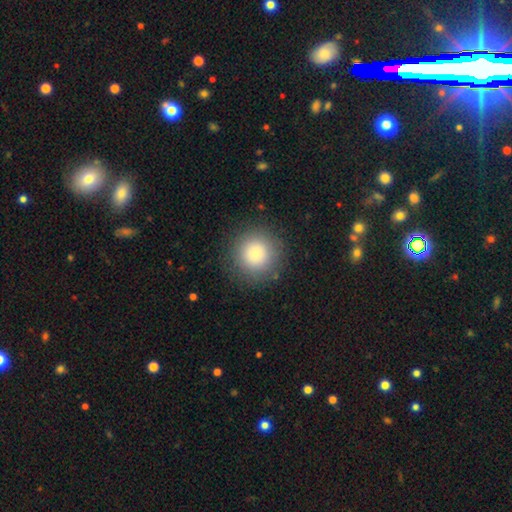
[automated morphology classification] Smooth or featured?
  - smooth: 84% *
  - star or artifact: 10%
  - featured or disk: 7%
How rounded?
  - round: 95% *
  - in between: 4%
  - cigar-shaped: 1%
Merging?
  - none: 88% *
  - minor disturbance: 8%
  - major disturbance: 4%
  - merger: 1%